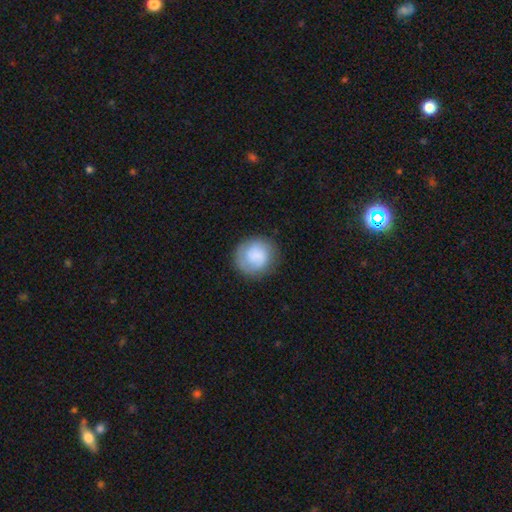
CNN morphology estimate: A smooth galaxy with no disk features (67%) that is round (89%).

Vote fractions:
- Smooth or featured? smooth: 67% / featured or disk: 26% / star or artifact: 7%
- How rounded? round: 89% / in between: 10% / cigar-shaped: 1%
- Merging? none: 79% / minor disturbance: 13% / major disturbance: 6% / merger: 1%